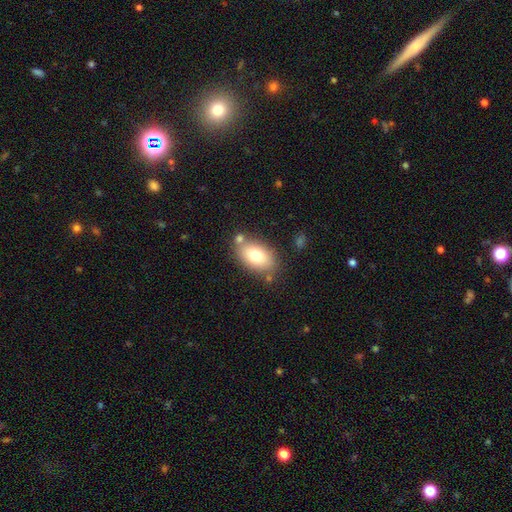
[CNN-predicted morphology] smooth_or_featured: smooth (p=0.75) [alt: featured or disk p=0.17]
how_rounded: in between (p=0.89) [alt: round p=0.10]
merging: none (p=0.71) [alt: minor disturbance p=0.14]